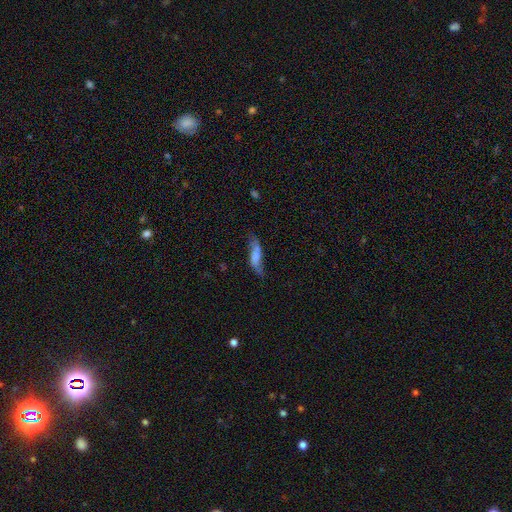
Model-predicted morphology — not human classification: smooth_or_featured: smooth (p=0.53) [alt: featured or disk p=0.39]
how_rounded: cigar-shaped (p=0.56) [alt: in between p=0.42]
merging: none (p=0.51) [alt: minor disturbance p=0.28]